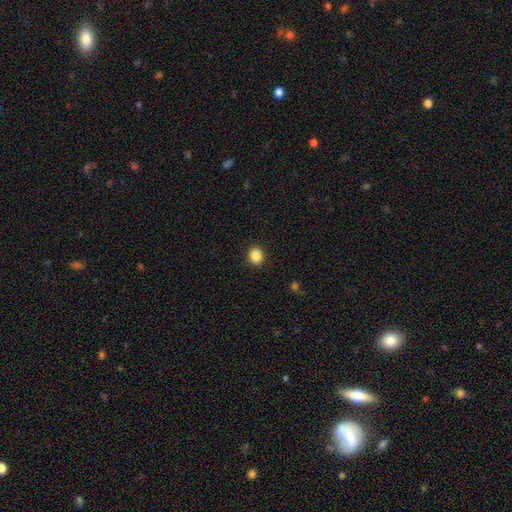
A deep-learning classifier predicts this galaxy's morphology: This is clearly a smooth galaxy (87%). How rounded: likely round (77%). Merging: clearly none (91%).